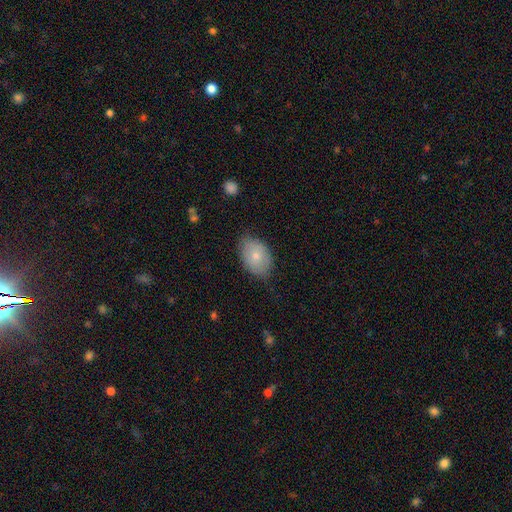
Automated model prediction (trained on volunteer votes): Smooth or featured: smooth — 71% (featured or disk — 23%)
How rounded: in between — 82% (round — 17%)
Merging: none — 73% (minor disturbance — 22%)